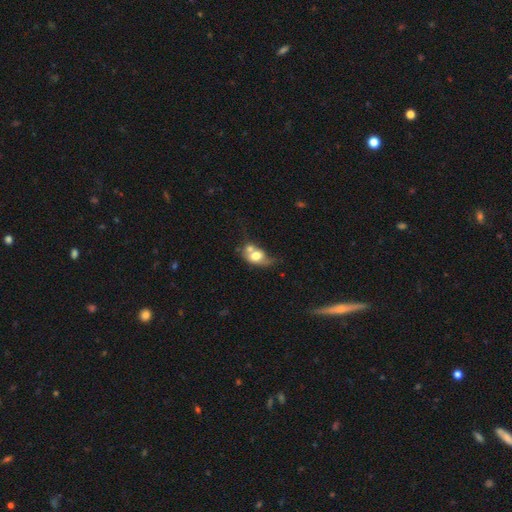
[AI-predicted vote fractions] Q: Smooth or featured?
A: smooth (64%); runner-up: featured or disk (27%)
Q: How rounded?
A: in between (64%); runner-up: round (34%)
Q: Merging?
A: merger (50%); runner-up: none (19%)